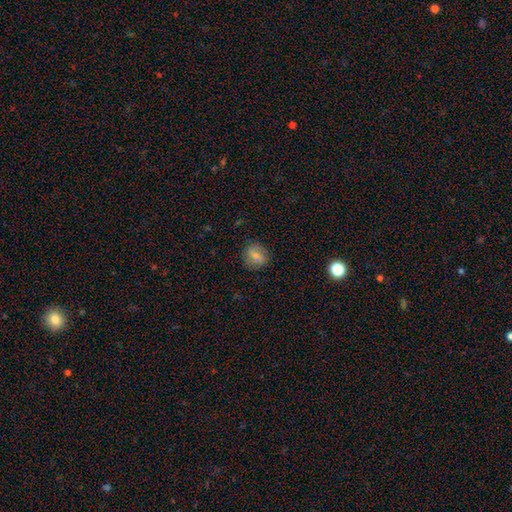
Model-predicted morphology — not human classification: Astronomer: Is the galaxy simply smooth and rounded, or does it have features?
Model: smooth — 76%.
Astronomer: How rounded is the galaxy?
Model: round — 65%.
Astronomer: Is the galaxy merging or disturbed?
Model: none — 84%.